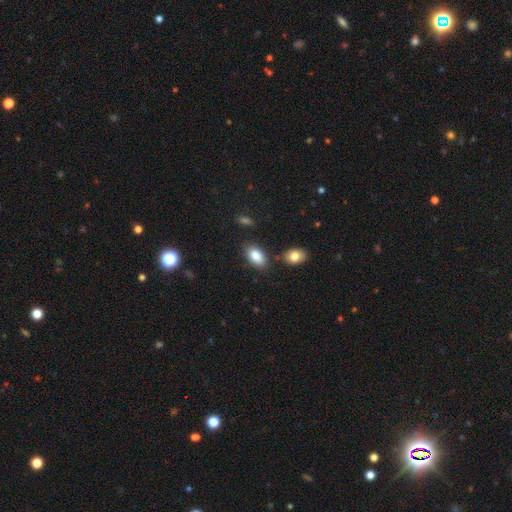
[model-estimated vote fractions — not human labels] smooth_or_featured: smooth (p=0.85) [alt: featured or disk p=0.08]
how_rounded: in between (p=0.92) [alt: round p=0.06]
merging: none (p=0.79) [alt: minor disturbance p=0.12]